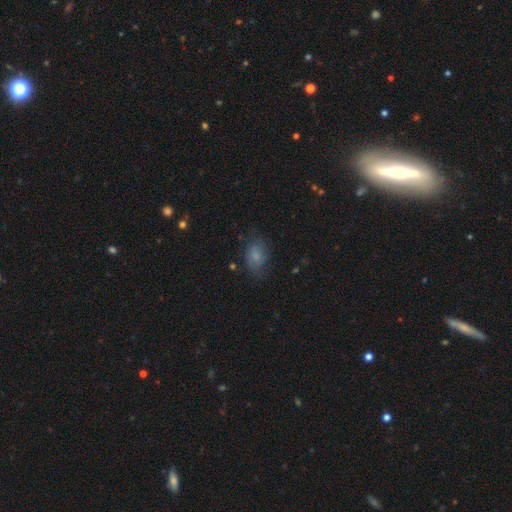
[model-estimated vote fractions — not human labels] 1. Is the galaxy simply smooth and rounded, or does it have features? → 73% smooth, 16% featured or disk, 12% star or artifact.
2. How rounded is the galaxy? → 80% in between, 18% round, 2% cigar-shaped.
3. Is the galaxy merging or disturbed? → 68% none, 21% minor disturbance, 9% major disturbance, 2% merger.